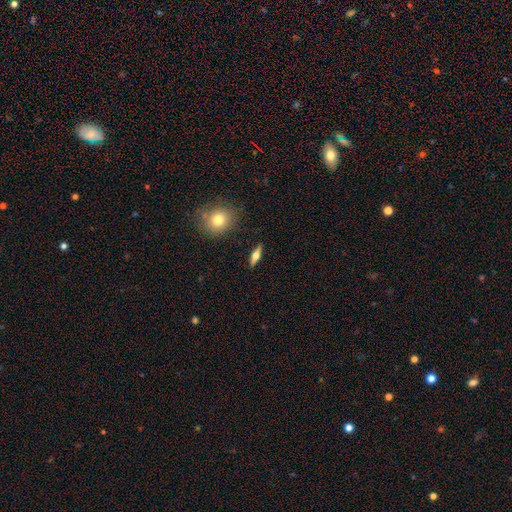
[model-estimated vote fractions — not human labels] This is possibly a featured or disk galaxy (47%). Merging: clearly none (88%).